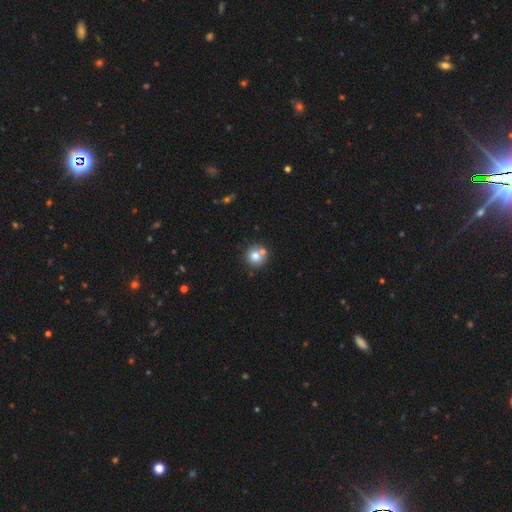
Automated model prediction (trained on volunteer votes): Smooth or featured?
  - smooth: 76% *
  - featured or disk: 13%
  - star or artifact: 11%
How rounded?
  - round: 91% *
  - in between: 8%
  - cigar-shaped: 1%
Merging?
  - none: 62% *
  - merger: 26%
  - minor disturbance: 9%
  - major disturbance: 3%